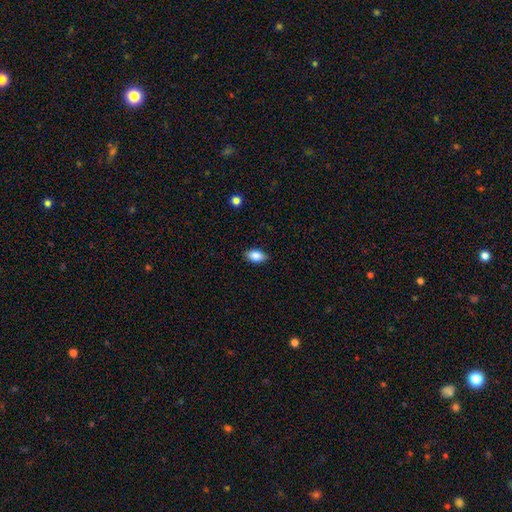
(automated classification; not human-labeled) Smooth or featured? Predicted: smooth (p=0.84). How rounded? Predicted: in between (p=0.88). Merging? Predicted: none (p=0.87).